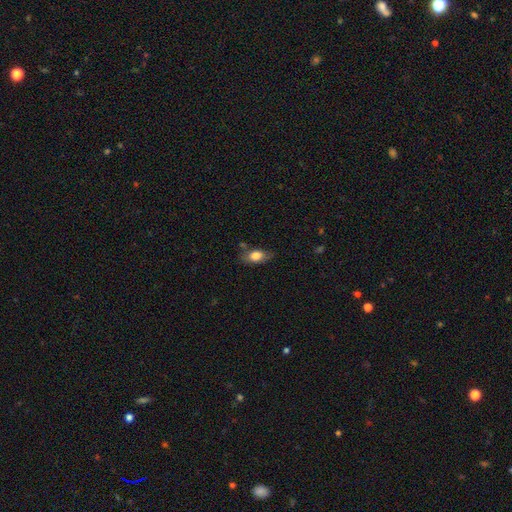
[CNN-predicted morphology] Smooth or featured: smooth — 75% (featured or disk — 18%)
How rounded: in between — 86% (round — 7%)
Merging: none — 68% (minor disturbance — 23%)